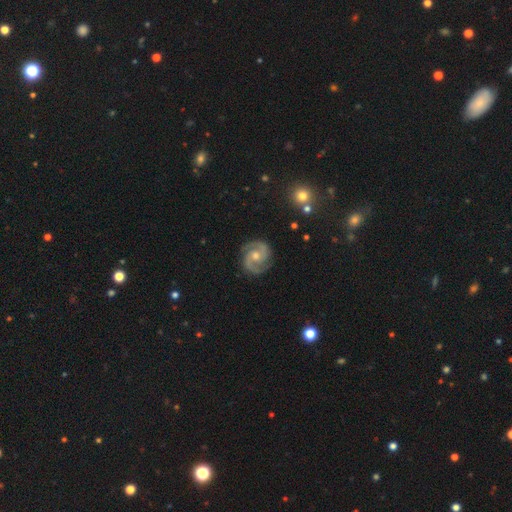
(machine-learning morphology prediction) smooth_or_featured: featured or disk (p=0.91) [alt: star or artifact p=0.05]
disk_edge_on: no (p=0.98) [alt: yes p=0.02]
bar: no (p=0.58) [alt: weak p=0.33]
has_spiral_arms: yes (p=0.98) [alt: no p=0.02]
spiral_winding: medium (p=0.50) [alt: tight p=0.42]
spiral_arm_count: 2 (p=0.90) [alt: 3 p=0.05]
bulge_size: moderate (p=0.57) [alt: small p=0.38]
merging: none (p=0.86) [alt: minor disturbance p=0.10]